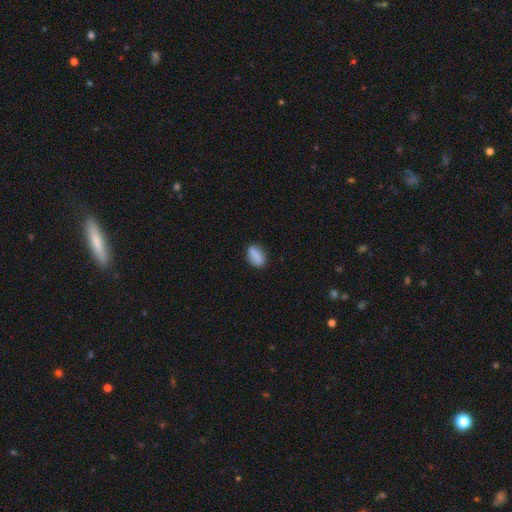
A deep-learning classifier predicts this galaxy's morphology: Smooth or featured? smooth (86%)
How rounded? in between (86%)
Merging? none (82%)